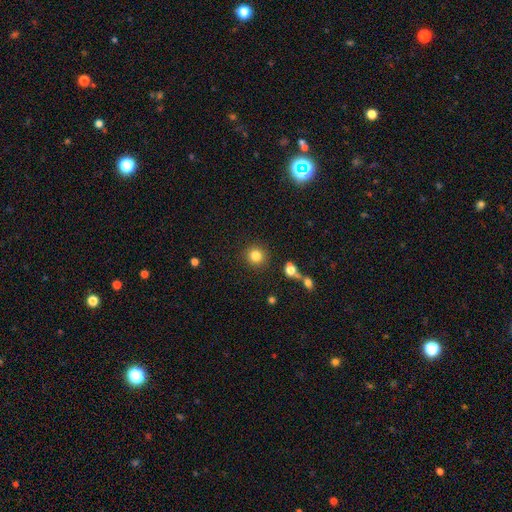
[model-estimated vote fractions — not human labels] Smooth or featured: smooth — 83% (star or artifact — 11%)
How rounded: round — 92% (in between — 7%)
Merging: none — 87% (minor disturbance — 6%)